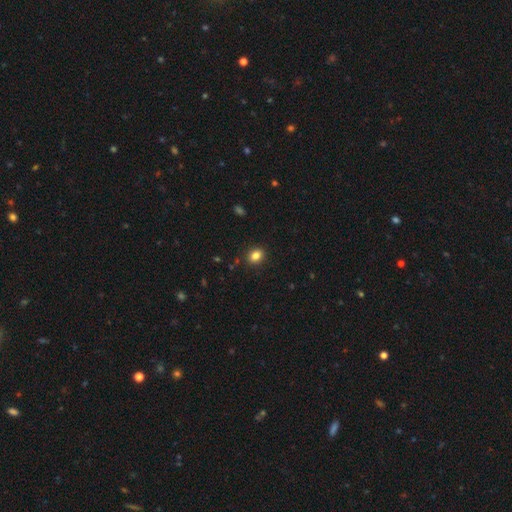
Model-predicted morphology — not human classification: Smooth or featured: smooth — 83% (star or artifact — 11%)
How rounded: round — 52% (in between — 47%)
Merging: none — 89% (minor disturbance — 8%)